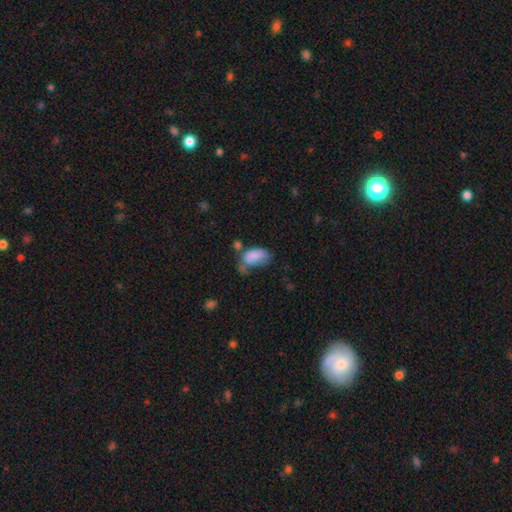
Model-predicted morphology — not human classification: Smooth or featured: smooth — 77% (featured or disk — 14%)
How rounded: in between — 91% (round — 7%)
Merging: major disturbance — 31% (minor disturbance — 29%)